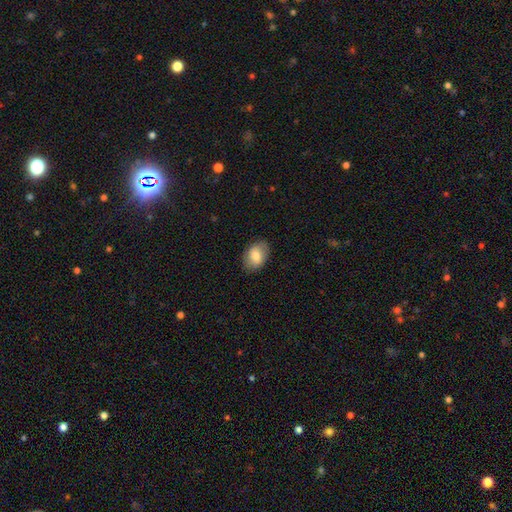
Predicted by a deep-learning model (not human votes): Smooth or featured: smooth — 77% (featured or disk — 16%)
How rounded: in between — 80% (round — 19%)
Merging: none — 83% (minor disturbance — 13%)